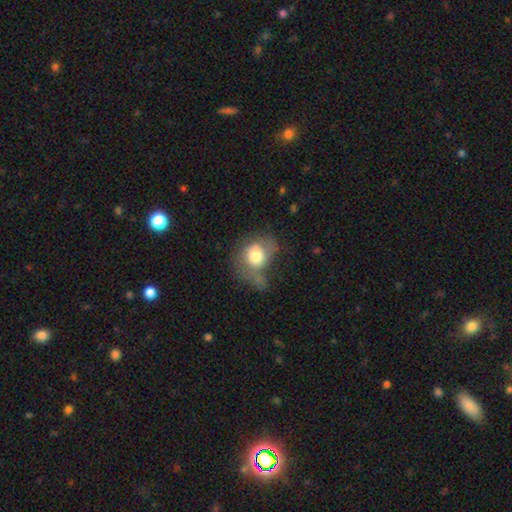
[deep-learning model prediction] Smooth or featured: smooth — 69% (featured or disk — 22%)
How rounded: round — 63% (in between — 36%)
Merging: none — 32% (major disturbance — 31%)